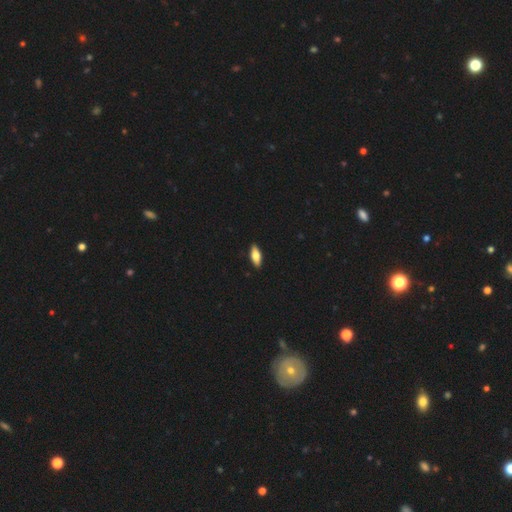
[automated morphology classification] Smooth or featured? Predicted: smooth (p=0.72). How rounded? Predicted: in between (p=0.75). Merging? Predicted: none (p=0.90).